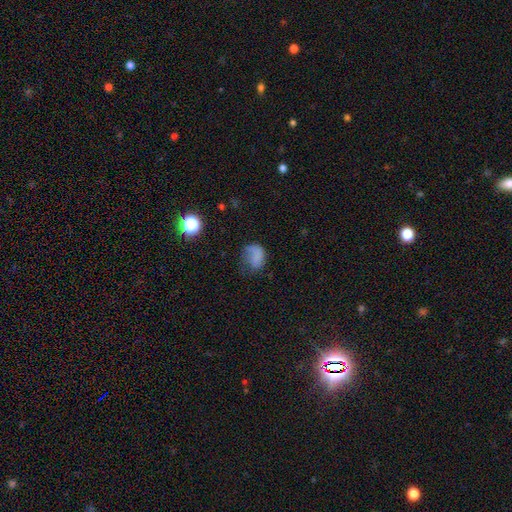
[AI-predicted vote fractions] A smooth galaxy with no disk features (64%) that is in between round and cigar-shaped (63%). Merging: major disturbance (34%, tied with none).